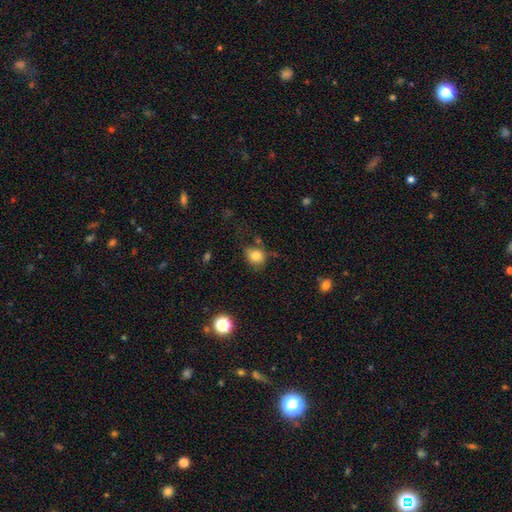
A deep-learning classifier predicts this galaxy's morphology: A smooth galaxy with no disk features (79%) that is round (70%). Merging: none (62%).